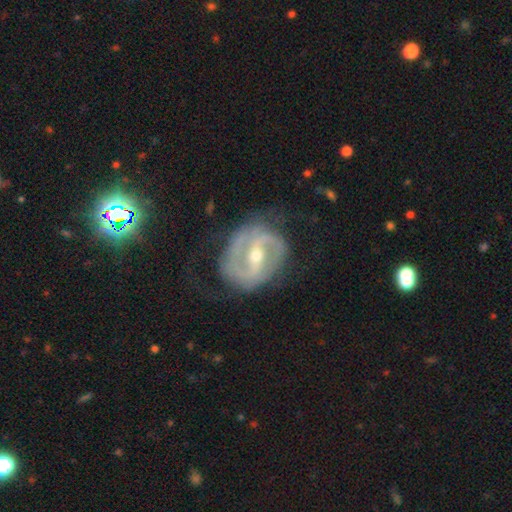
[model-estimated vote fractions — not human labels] The model was most divided on "bulge size": moderate: 51%, small: 46%, large: 2%, none: 1%, dominant: 1%. Remaining: edge-on disk — no (96%); spiral arms — yes (91%); smooth or featured — featured or disk (87%); spiral arm count — 2 (81%); merging — none (69%); bar — strong (51%); spiral winding — medium (47%).